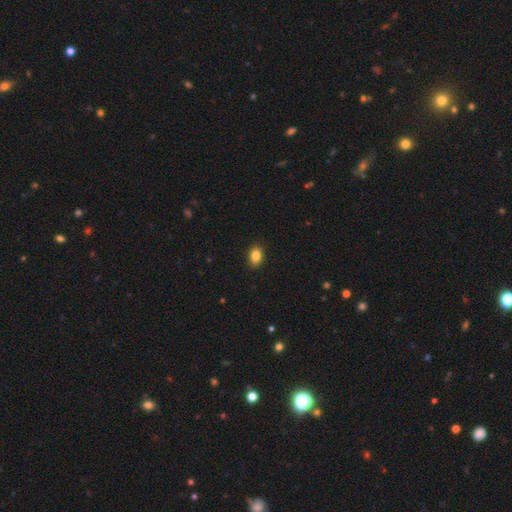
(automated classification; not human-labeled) Smooth or featured?
  - smooth: 85% *
  - star or artifact: 9%
  - featured or disk: 6%
How rounded?
  - in between: 76% *
  - round: 22%
  - cigar-shaped: 1%
Merging?
  - none: 89% *
  - minor disturbance: 8%
  - major disturbance: 2%
  - merger: 1%